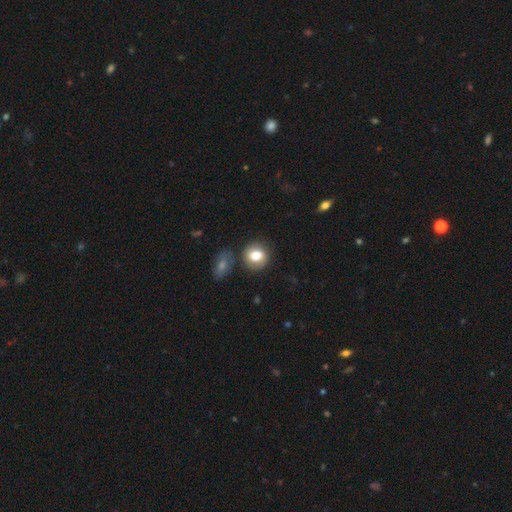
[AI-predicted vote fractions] Smooth or featured? smooth (75%)
How rounded? round (73%)
Merging? none (74%)